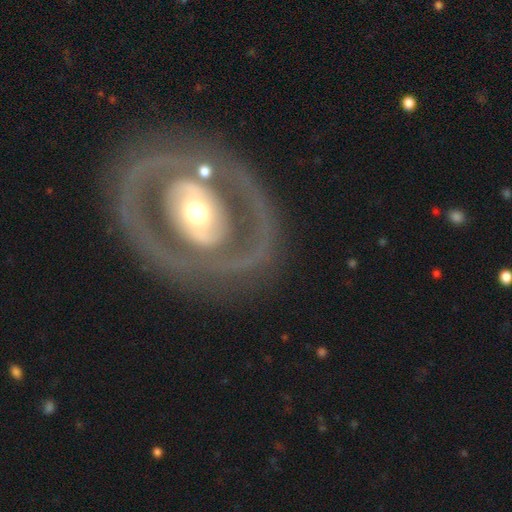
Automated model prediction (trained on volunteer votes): A featured or disk galaxy (80%) with no bar (57%), spiral arms (53%) and a moderate central bulge (63%). Merging: none (79%).